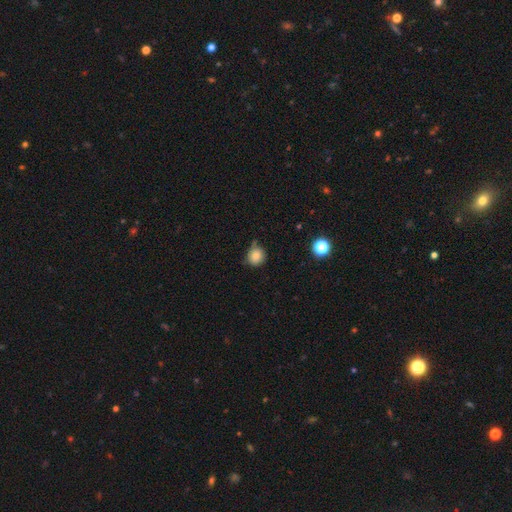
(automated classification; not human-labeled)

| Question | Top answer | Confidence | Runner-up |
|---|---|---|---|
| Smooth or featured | smooth | 84% | star or artifact (10%) |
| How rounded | round | 86% | in between (13%) |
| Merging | none | 64% | minor disturbance (26%) |